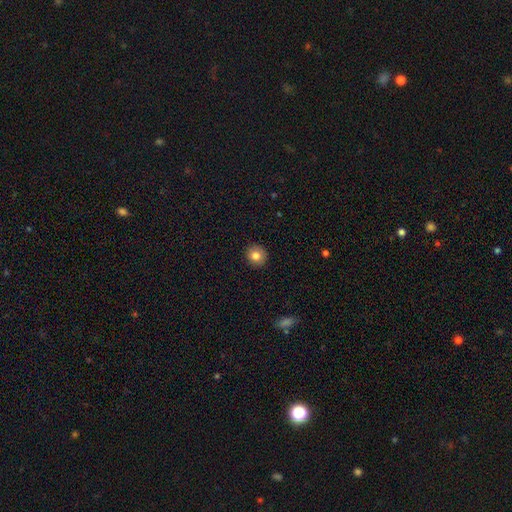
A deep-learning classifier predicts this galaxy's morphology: smooth 82%, star or artifact 10%, featured or disk 8%. Down the decision tree: how rounded — round (88%); merging — none (91%).